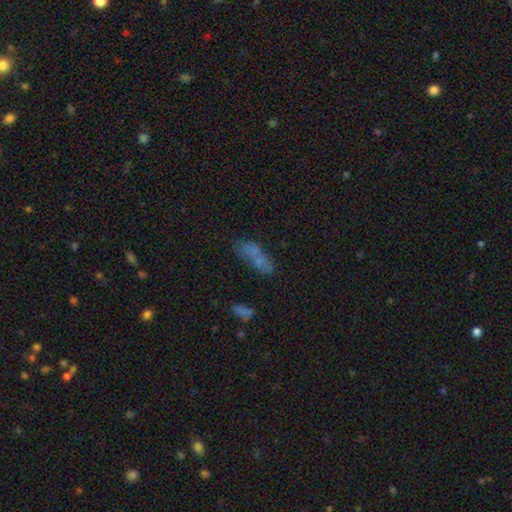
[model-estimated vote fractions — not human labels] A smooth galaxy with no disk features (59%) that is in between round and cigar-shaped (56%).

Vote fractions:
- Smooth or featured? smooth: 59% / featured or disk: 23% / star or artifact: 18%
- How rounded? in between: 56% / cigar-shaped: 38% / round: 6%
- Merging? none: 50% / merger: 21% / minor disturbance: 18% / major disturbance: 11%